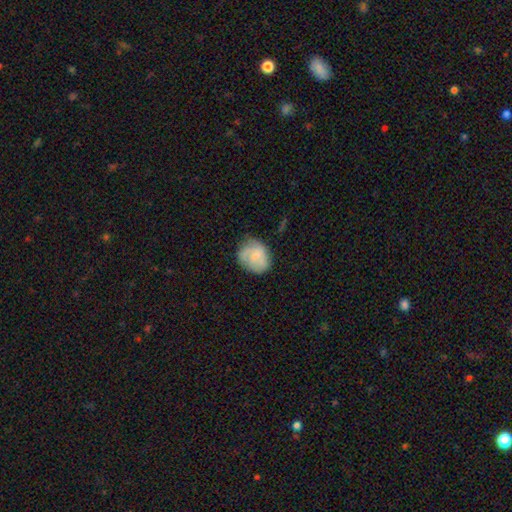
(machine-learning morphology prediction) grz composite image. It shows a smooth galaxy with no disk features (67%) that is round (56%). Merging: none (56%).